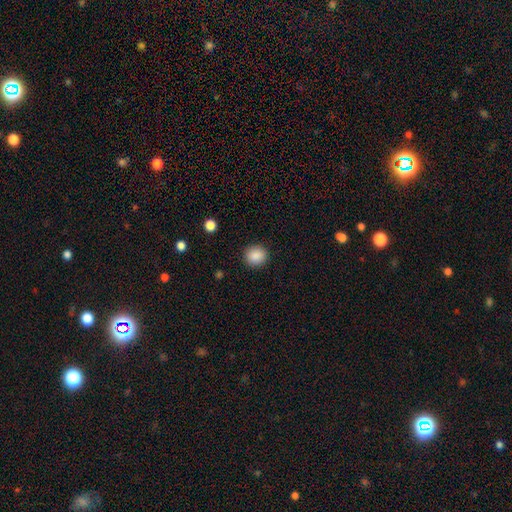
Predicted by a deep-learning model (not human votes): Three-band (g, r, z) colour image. It shows a smooth galaxy with no disk features (88%) that is round (82%). Merging: none (90%).